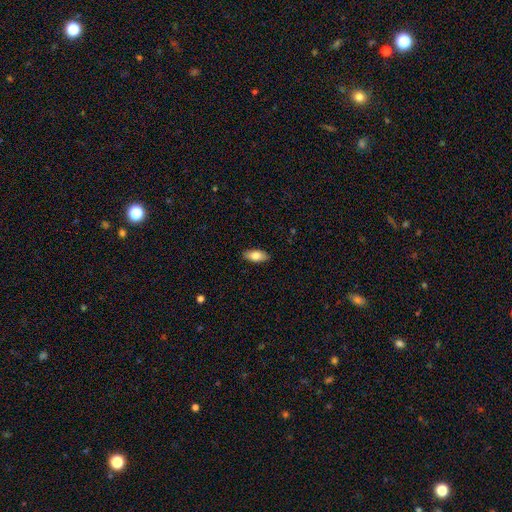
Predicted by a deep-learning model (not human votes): smooth-or-featured: smooth: 80% | featured or disk: 14% | star or artifact: 6%
  how-rounded: in between: 88% | cigar-shaped: 9% | round: 2%
  merging: none: 89% | minor disturbance: 8% | major disturbance: 2% | merger: 1%